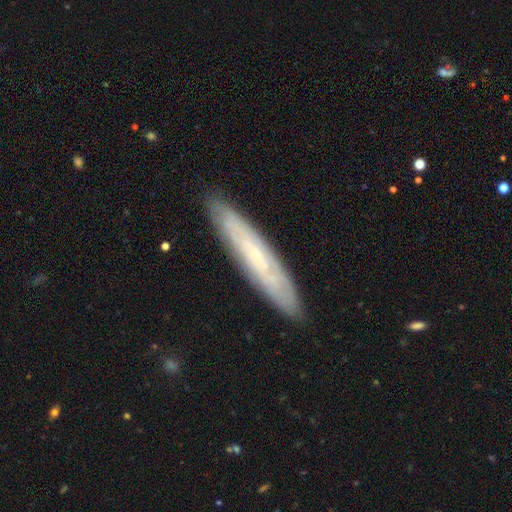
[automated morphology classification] smooth_or_featured: featured or disk (p=0.64) [alt: smooth p=0.30]
disk_edge_on: yes (p=0.55) [alt: no p=0.45]
merging: none (p=0.88) [alt: minor disturbance p=0.09]